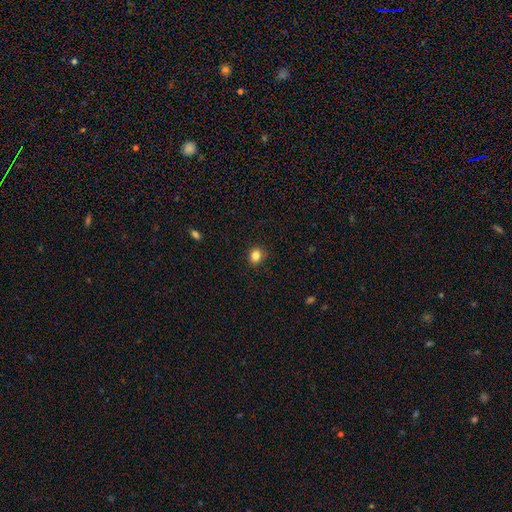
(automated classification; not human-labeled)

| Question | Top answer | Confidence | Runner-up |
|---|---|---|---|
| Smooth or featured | smooth | 83% | star or artifact (11%) |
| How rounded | round | 68% | in between (31%) |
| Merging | none | 88% | minor disturbance (9%) |